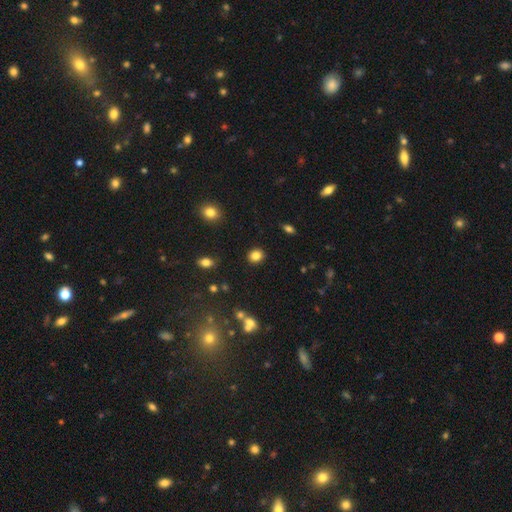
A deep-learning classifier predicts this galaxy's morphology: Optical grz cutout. It shows a smooth galaxy with no disk features (84%) that is round (71%). Merging: none (89%).